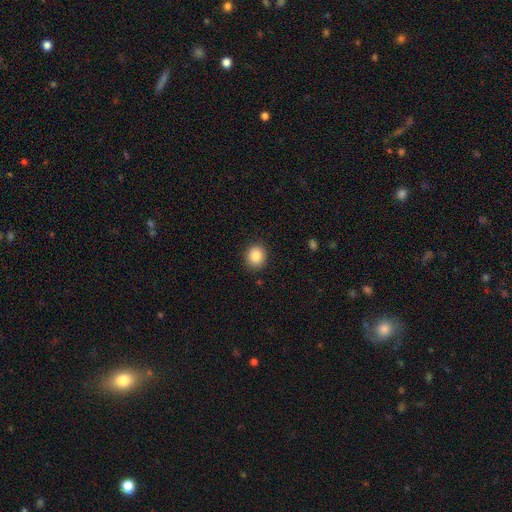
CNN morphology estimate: A smooth galaxy with no disk features (88%) that is round (73%). Merging: none (88%).